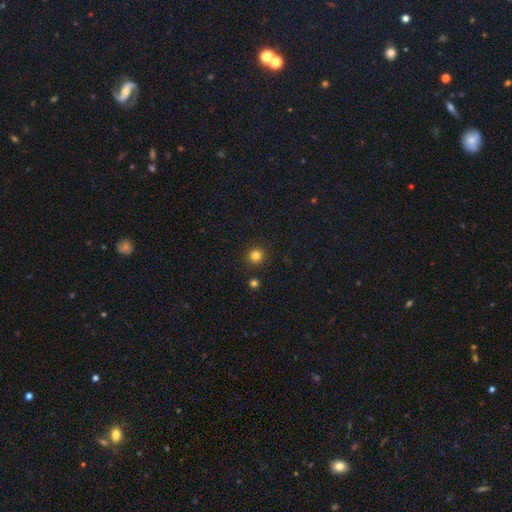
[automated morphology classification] This is clearly a smooth galaxy (82%). How rounded: clearly round (93%). Merging: clearly none (90%).